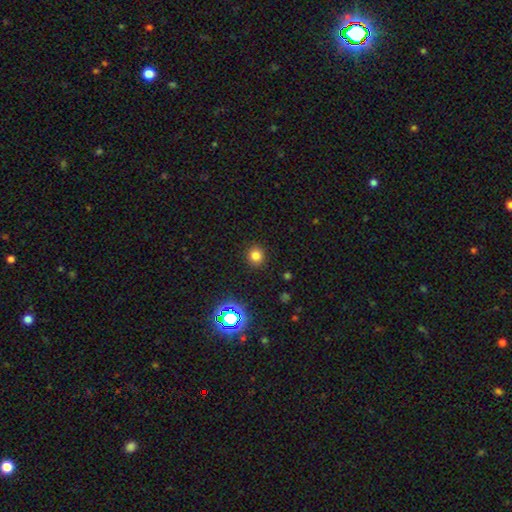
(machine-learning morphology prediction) Smooth or featured: smooth — 78% (star or artifact — 17%)
How rounded: round — 90% (in between — 9%)
Merging: none — 91% (minor disturbance — 6%)